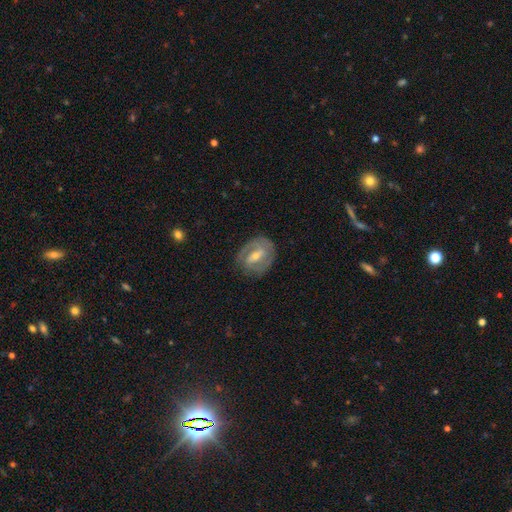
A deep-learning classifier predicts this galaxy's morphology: This is likely a featured or disk galaxy (78%). It is clearly not viewed edge-on (96%). Bar: marginally weak (42%, tied with strong). Spiral arm pattern: clearly yes (84%). Spiral arm count: likely 2 (73%). Spiral winding: possibly tight (51%). Central bulge: possibly small (48%, tied with moderate). Merging: likely none (77%).